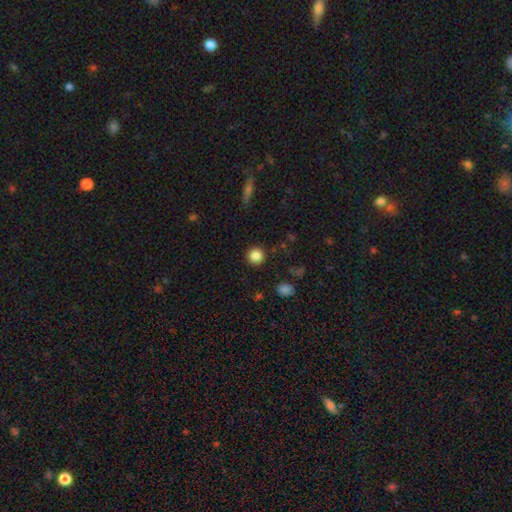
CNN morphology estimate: smooth 86%, star or artifact 10%, featured or disk 4%. Down the decision tree: how rounded — round (94%); merging — none (91%).